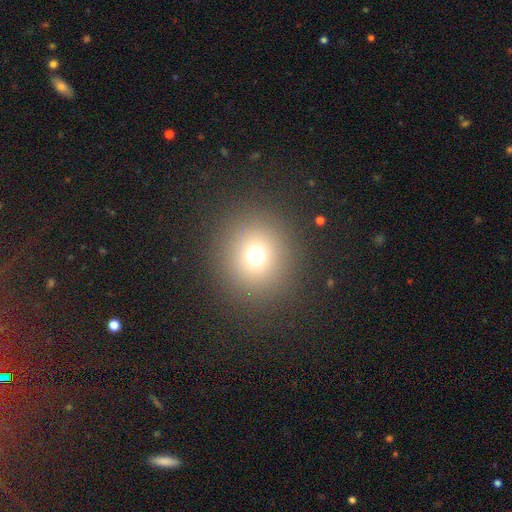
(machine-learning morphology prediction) The model was most divided on "smooth or featured": smooth: 68%, star or artifact: 23%, featured or disk: 9%. More confident: how rounded — round (90%); merging — none (88%).